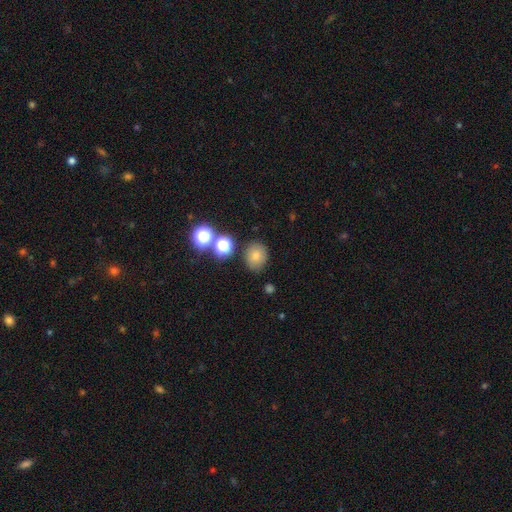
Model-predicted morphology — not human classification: Smooth or featured?
  - smooth: 61% *
  - star or artifact: 25%
  - featured or disk: 14%
How rounded?
  - round: 67% *
  - in between: 32%
  - cigar-shaped: 1%
Merging?
  - none: 80% *
  - minor disturbance: 11%
  - merger: 6%
  - major disturbance: 3%